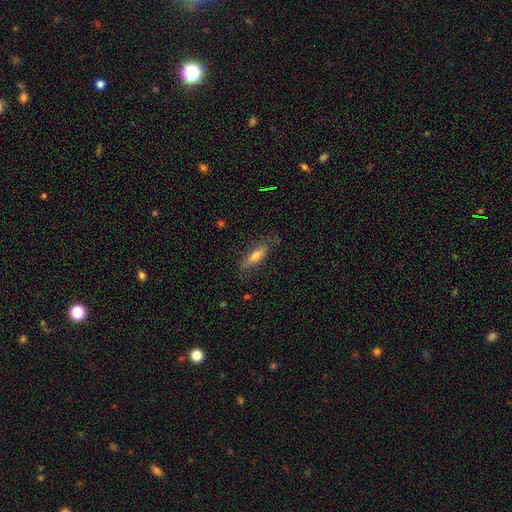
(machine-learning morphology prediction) Smooth or featured? smooth (60%)
How rounded? cigar-shaped (56%)
Merging? none (74%)